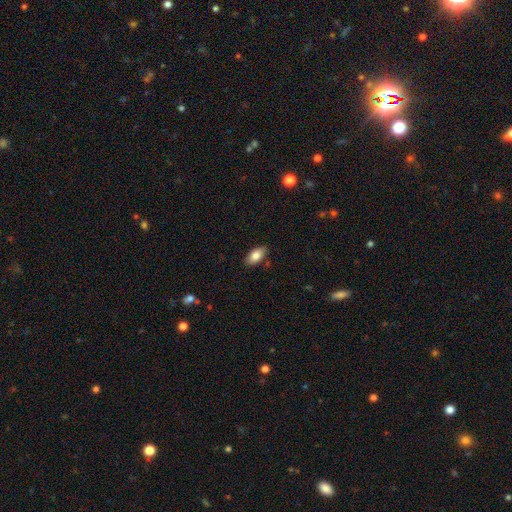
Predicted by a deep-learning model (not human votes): smooth 82%, featured or disk 11%, star or artifact 7%. Down the decision tree: how rounded — in between (92%); merging — none (86%).